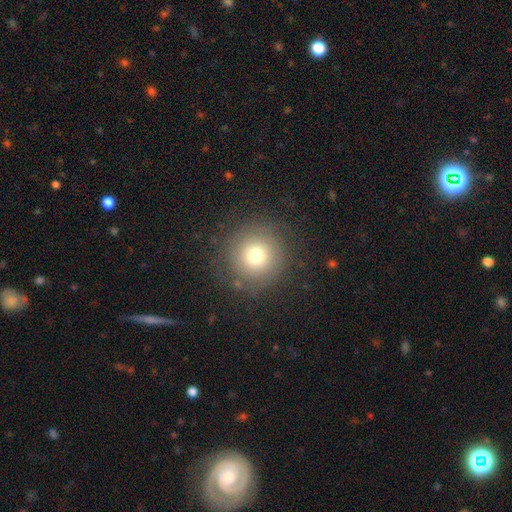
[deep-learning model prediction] Q: Smooth or featured?
A: smooth (71%); runner-up: featured or disk (15%)
Q: How rounded?
A: round (95%); runner-up: in between (4%)
Q: Merging?
A: none (83%); runner-up: minor disturbance (10%)